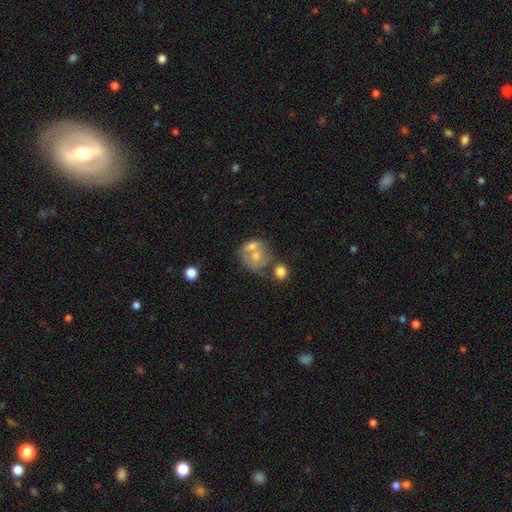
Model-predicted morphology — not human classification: A smooth galaxy with no disk features (44%). Merging: merger (45%).